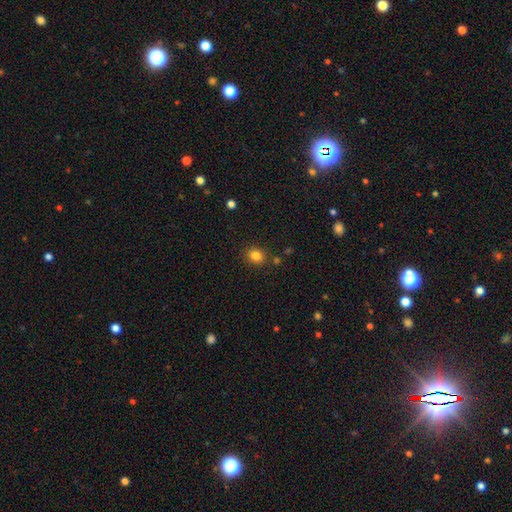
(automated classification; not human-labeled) Smooth or featured? Predicted: smooth (p=0.83). How rounded? Predicted: round (p=0.53). Merging? Predicted: none (p=0.83).